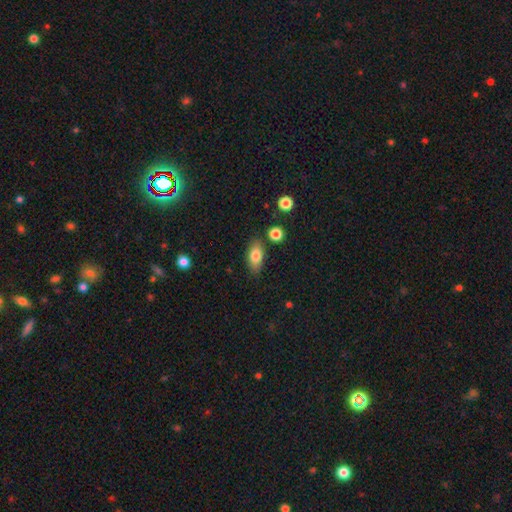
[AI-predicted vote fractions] Smooth or featured: smooth — 80% (featured or disk — 13%)
How rounded: in between — 87% (cigar-shaped — 7%)
Merging: none — 82% (minor disturbance — 12%)